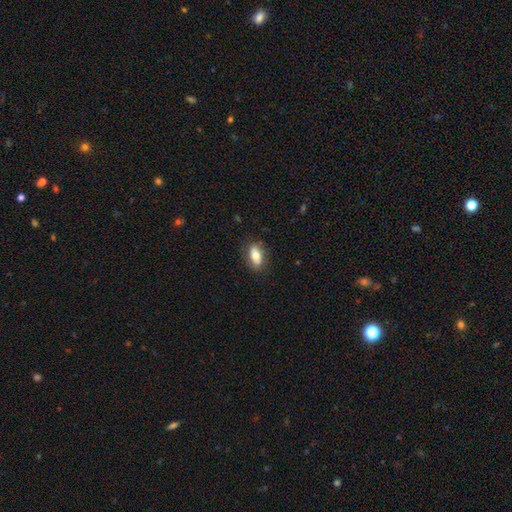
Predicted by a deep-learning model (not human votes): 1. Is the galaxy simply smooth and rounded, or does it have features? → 71% smooth, 22% featured or disk, 7% star or artifact.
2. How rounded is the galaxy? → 83% in between, 11% cigar-shaped, 6% round.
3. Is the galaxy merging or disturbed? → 83% none, 13% minor disturbance, 3% major disturbance, 1% merger.